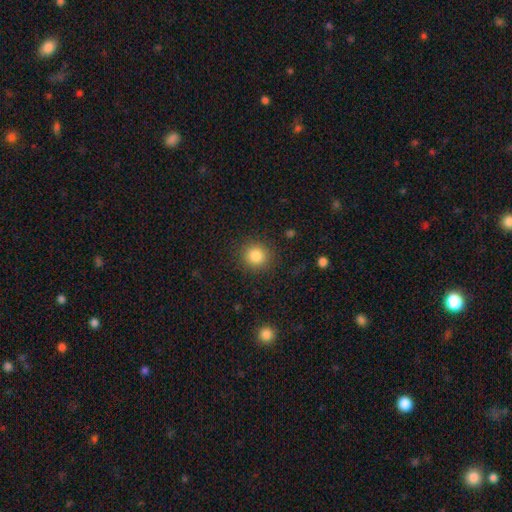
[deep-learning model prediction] Smooth or featured? Predicted: smooth (p=0.85). How rounded? Predicted: round (p=0.90). Merging? Predicted: none (p=0.88).